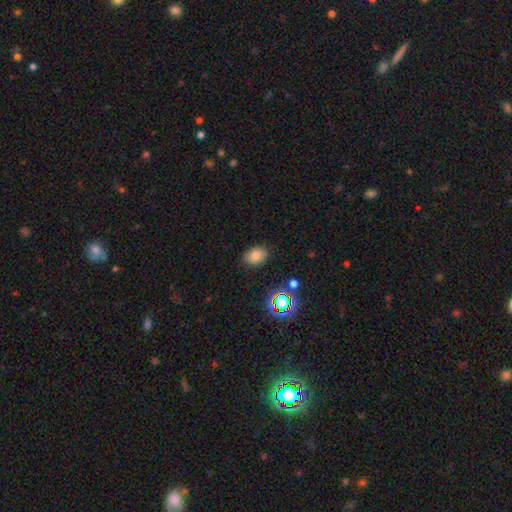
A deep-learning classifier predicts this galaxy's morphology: A smooth galaxy with no disk features (79%) that is in between round and cigar-shaped (73%). Merging: none (83%).